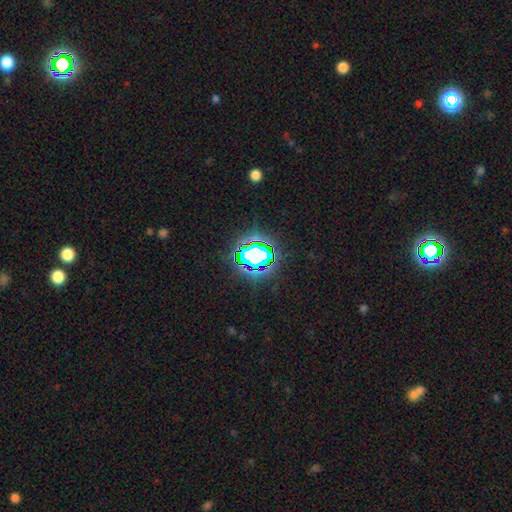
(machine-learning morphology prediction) A star or artifact, not a galaxy (65%).